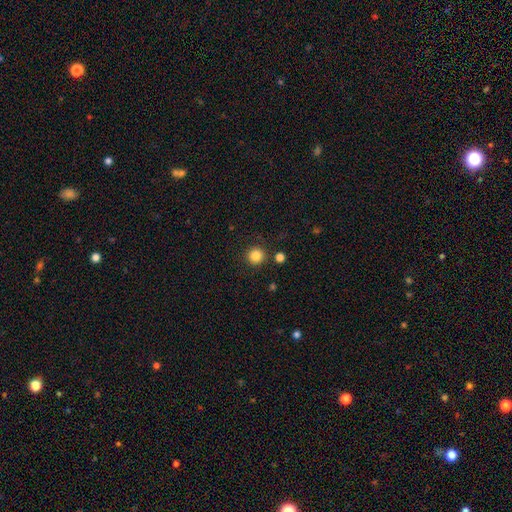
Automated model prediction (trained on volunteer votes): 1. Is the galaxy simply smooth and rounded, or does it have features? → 85% smooth, 11% star or artifact, 4% featured or disk.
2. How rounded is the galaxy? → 94% round, 5% in between, 1% cigar-shaped.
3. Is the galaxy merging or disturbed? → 89% none, 6% minor disturbance, 3% merger, 2% major disturbance.